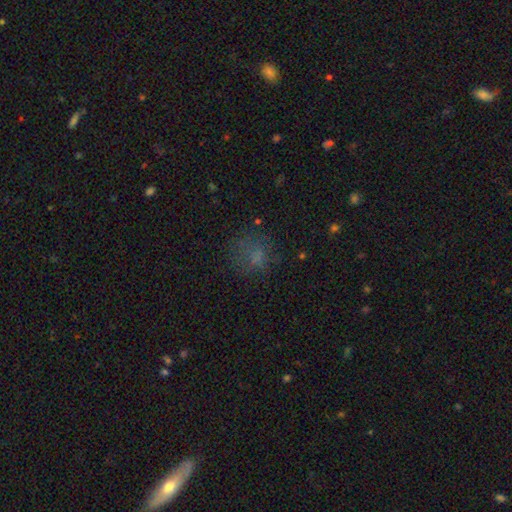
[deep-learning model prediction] Smooth or featured: smooth — 63% (star or artifact — 22%)
How rounded: round — 73% (in between — 26%)
Merging: none — 61% (minor disturbance — 19%)